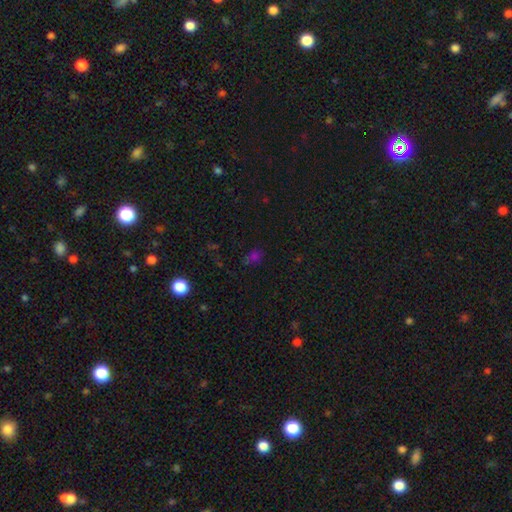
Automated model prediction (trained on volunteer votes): smooth 57%, star or artifact 35%, featured or disk 7%. Down the decision tree: how rounded — in between (55%); merging — none (62%).